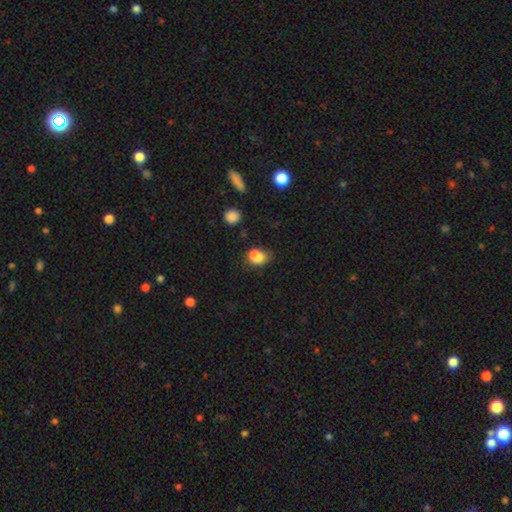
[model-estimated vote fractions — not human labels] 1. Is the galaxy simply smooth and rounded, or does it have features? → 78% smooth, 12% star or artifact, 10% featured or disk.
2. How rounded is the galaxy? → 57% in between, 41% round, 1% cigar-shaped.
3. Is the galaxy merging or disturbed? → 42% none, 28% merger, 22% minor disturbance, 8% major disturbance.